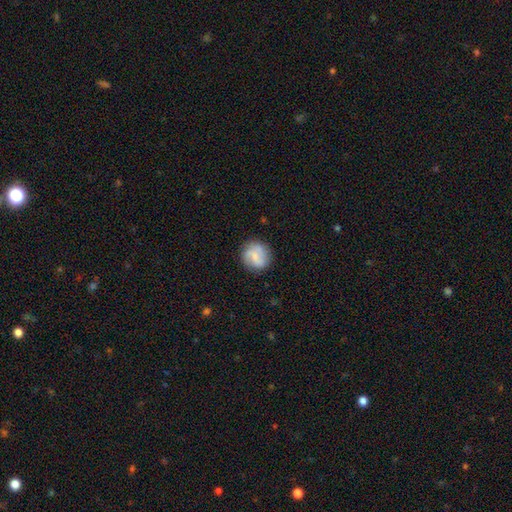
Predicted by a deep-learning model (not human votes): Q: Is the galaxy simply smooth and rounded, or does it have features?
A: smooth — 55%.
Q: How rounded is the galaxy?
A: round — 88%.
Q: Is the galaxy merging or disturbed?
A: none — 79%.